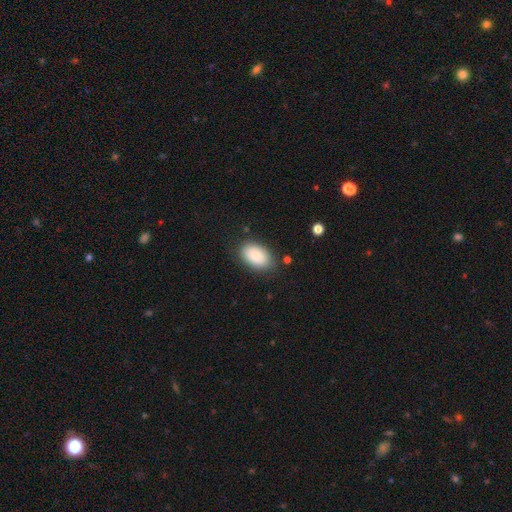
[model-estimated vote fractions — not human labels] The model was most divided on "merging": none: 82%, minor disturbance: 13%, major disturbance: 4%, merger: 2%. More confident: how rounded — in between (92%); smooth or featured — smooth (86%).